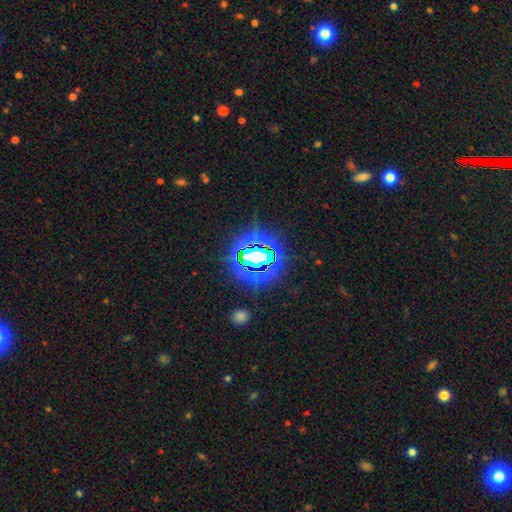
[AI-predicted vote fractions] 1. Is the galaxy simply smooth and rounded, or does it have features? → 75% star or artifact, 14% smooth, 11% featured or disk.